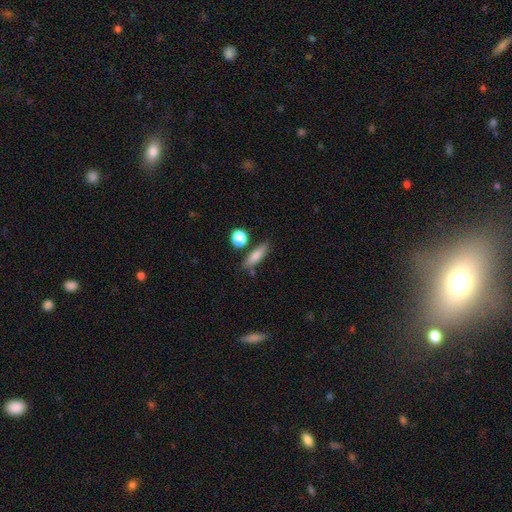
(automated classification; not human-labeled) Q: Smooth or featured?
A: smooth (78%); runner-up: featured or disk (13%)
Q: How rounded?
A: cigar-shaped (49%); runner-up: in between (45%)
Q: Merging?
A: none (72%); runner-up: minor disturbance (15%)